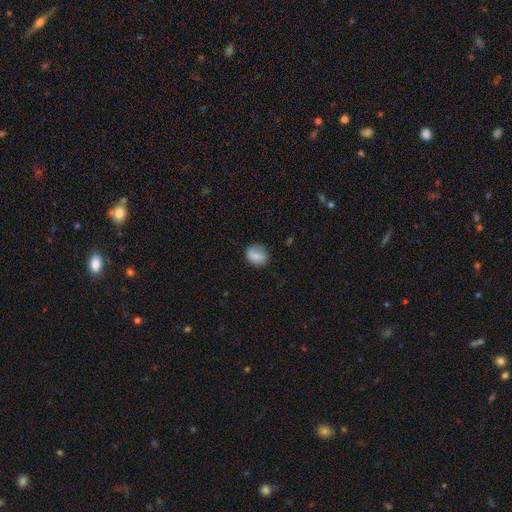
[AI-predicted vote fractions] The model was most divided on "how rounded": round: 65%, in between: 33%, cigar-shaped: 1%. More confident: smooth or featured — smooth (81%); merging — none (72%).